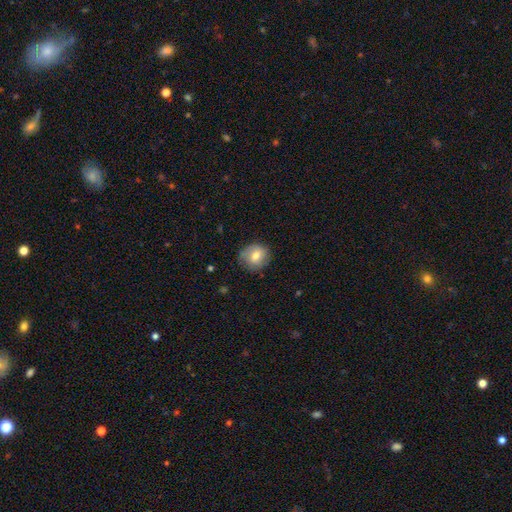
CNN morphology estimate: A smooth galaxy with no disk features (69%) that is round (81%).

Vote fractions:
- Smooth or featured? smooth: 69% / featured or disk: 23% / star or artifact: 8%
- How rounded? round: 81% / in between: 18% / cigar-shaped: 1%
- Merging? none: 75% / minor disturbance: 20% / major disturbance: 5% / merger: 1%